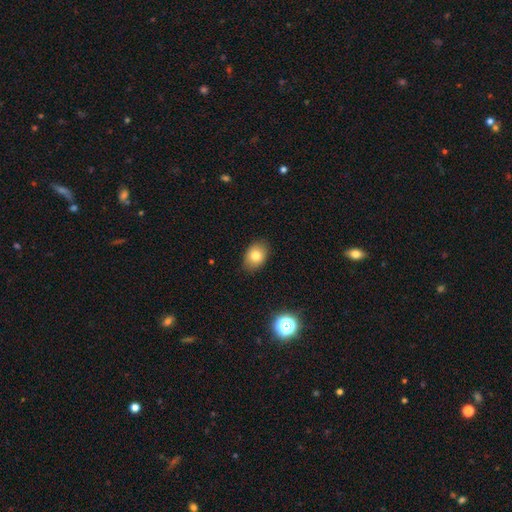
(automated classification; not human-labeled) smooth 79%, star or artifact 11%, featured or disk 11%. Down the decision tree: how rounded — in between (69%); merging — none (85%).